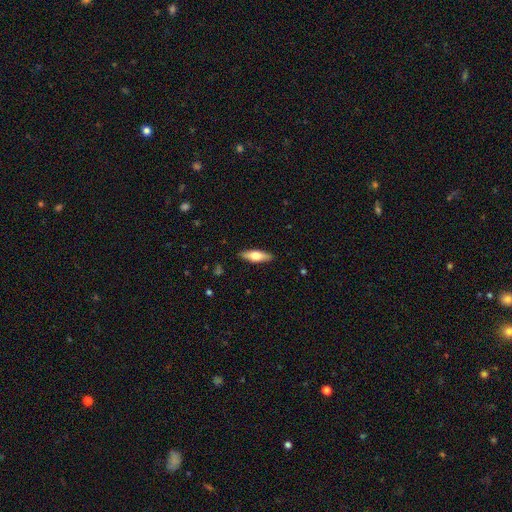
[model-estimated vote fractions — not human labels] This is possibly a smooth galaxy (58%). How rounded: possibly in between (54%). Merging: clearly none (89%).